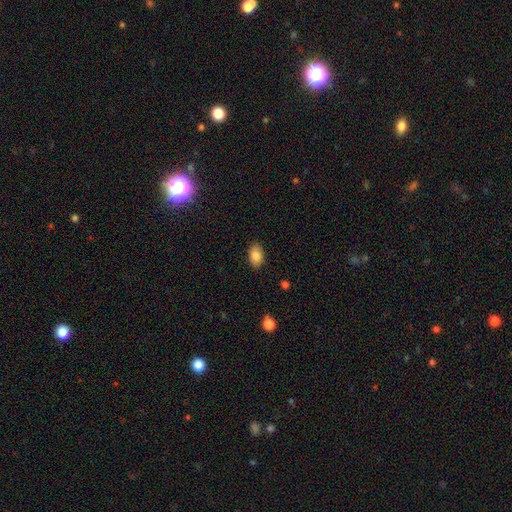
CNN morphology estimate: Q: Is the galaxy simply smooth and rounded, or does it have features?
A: smooth — 86%.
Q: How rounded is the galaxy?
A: in between — 91%.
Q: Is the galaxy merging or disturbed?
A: none — 87%.